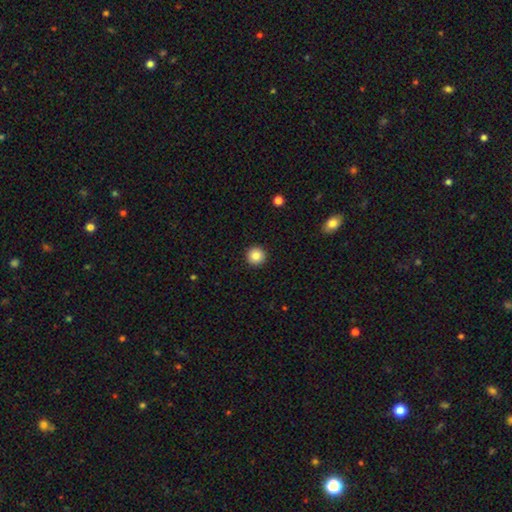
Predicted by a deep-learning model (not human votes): Overall: smooth (86%). How rounded: round (96%). Merging: none (94%).